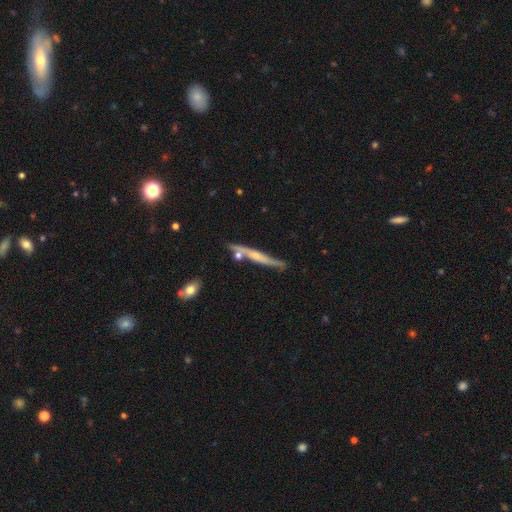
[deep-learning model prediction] Q: Smooth or featured?
A: featured or disk (61%); runner-up: smooth (33%)
Q: Edge-on disk?
A: yes (92%); runner-up: no (8%)
Q: Edge-on bulge?
A: rounded (51%); runner-up: none (40%)
Q: Merging?
A: none (72%); runner-up: minor disturbance (16%)